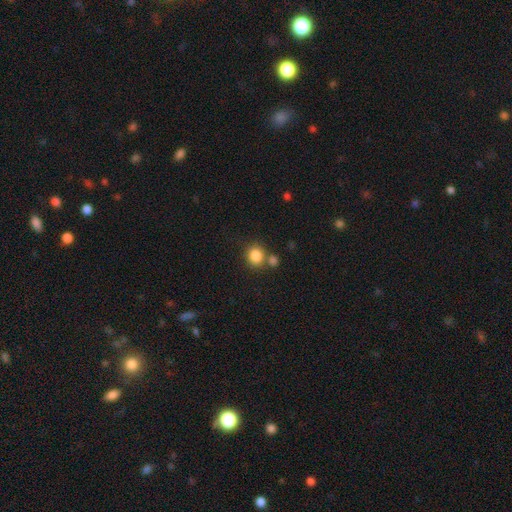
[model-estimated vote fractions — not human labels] This is clearly a smooth galaxy (84%). How rounded: clearly round (84%). Merging: likely none (64%).